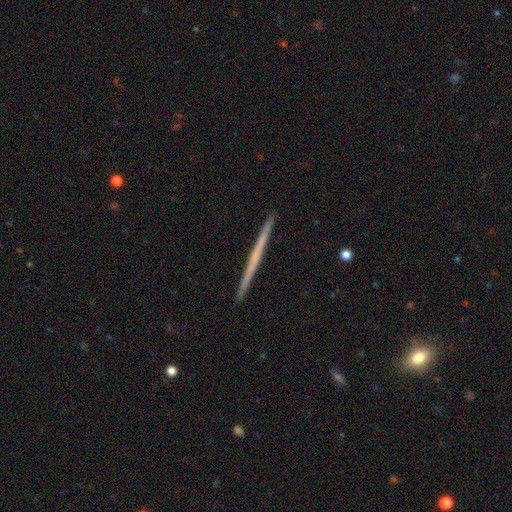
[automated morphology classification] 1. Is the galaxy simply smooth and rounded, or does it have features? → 59% featured or disk, 36% smooth, 5% star or artifact.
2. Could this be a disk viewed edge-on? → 98% yes, 2% no.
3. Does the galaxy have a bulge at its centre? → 90% none, 7% rounded, 3% boxy.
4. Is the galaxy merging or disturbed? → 93% none, 4% minor disturbance, 1% major disturbance, 1% merger.